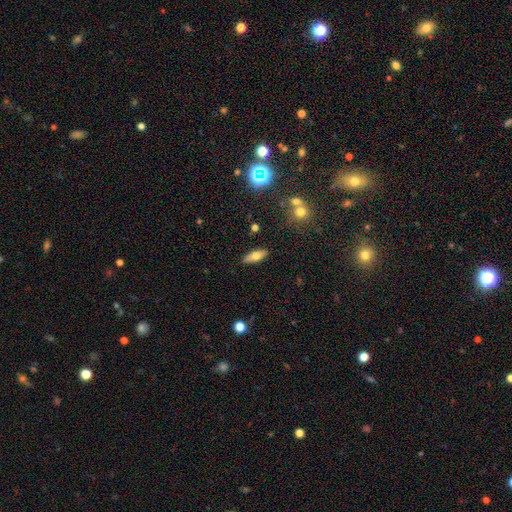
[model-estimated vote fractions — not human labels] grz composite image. It shows a smooth galaxy with no disk features (69%) that is in between round and cigar-shaped (68%). Merging: none (86%).